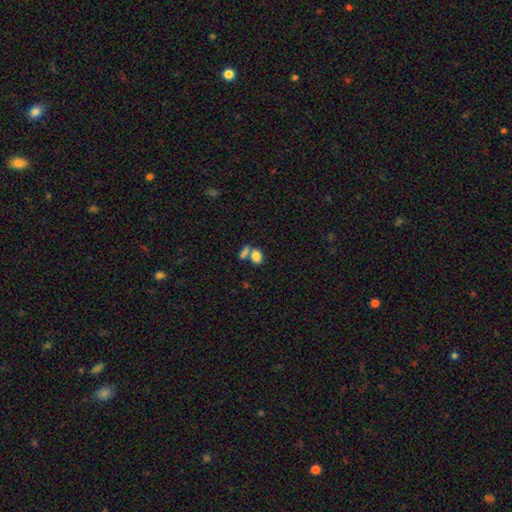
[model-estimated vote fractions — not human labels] A smooth galaxy with no disk features (83%) that is in between round and cigar-shaped (82%). Merging: none (45%).